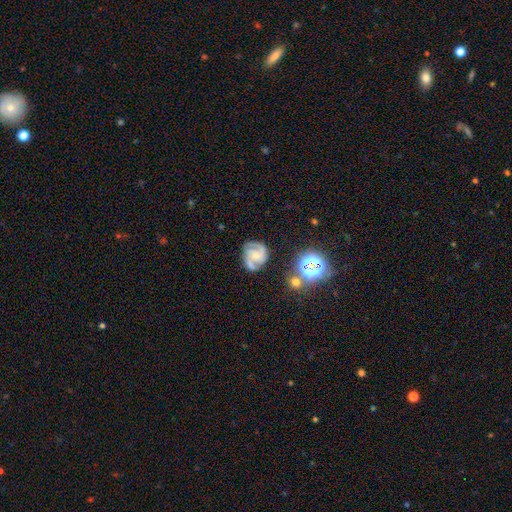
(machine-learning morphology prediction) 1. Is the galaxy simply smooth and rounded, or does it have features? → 83% featured or disk, 9% smooth, 8% star or artifact.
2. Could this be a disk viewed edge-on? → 98% no, 2% yes.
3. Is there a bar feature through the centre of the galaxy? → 56% no, 35% weak, 9% strong.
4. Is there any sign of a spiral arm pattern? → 97% yes, 3% no.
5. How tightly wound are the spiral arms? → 53% medium, 35% tight, 12% loose.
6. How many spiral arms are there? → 46% 2, 39% 3, 7% can't tell, 3% 4, 3% 1, 3% more than 4.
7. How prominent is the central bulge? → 62% small, 27% moderate, 9% none, 2% large, 1% dominant.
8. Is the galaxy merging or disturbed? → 68% none, 20% minor disturbance, 8% major disturbance, 4% merger.